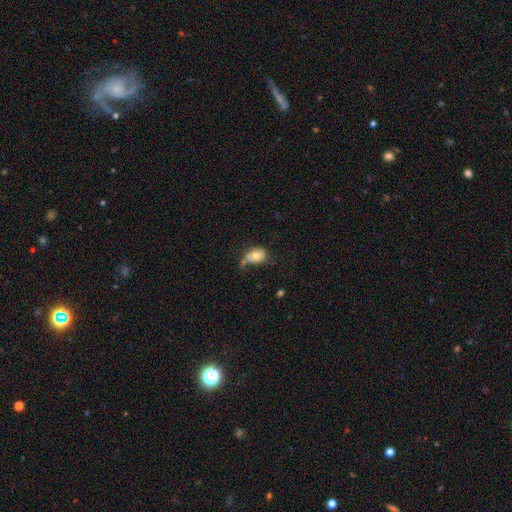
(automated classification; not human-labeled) smooth_or_featured: smooth (p=0.66) [alt: featured or disk p=0.25]
how_rounded: in between (p=0.60) [alt: round p=0.38]
merging: none (p=0.40) [alt: minor disturbance p=0.28]